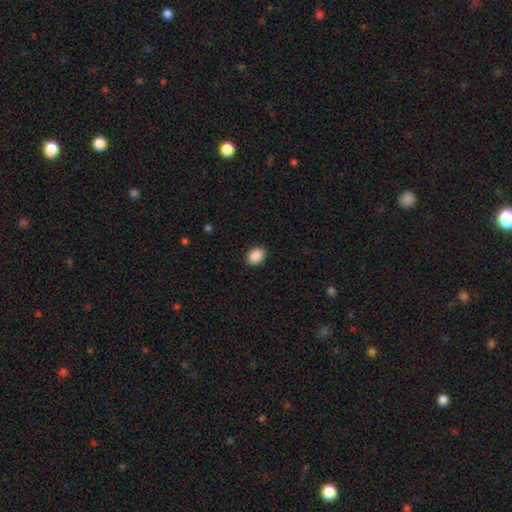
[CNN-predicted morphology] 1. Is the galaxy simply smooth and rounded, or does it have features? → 89% smooth, 8% star or artifact, 3% featured or disk.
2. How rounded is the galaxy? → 61% in between, 38% round, 1% cigar-shaped.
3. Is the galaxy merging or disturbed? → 90% none, 7% minor disturbance, 2% major disturbance, 1% merger.